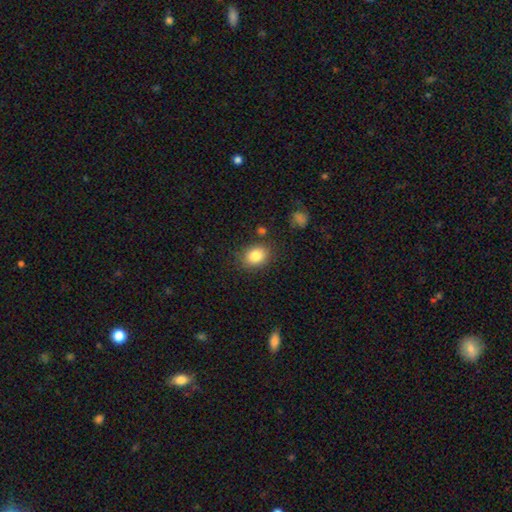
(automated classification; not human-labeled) Morphology: type=smooth (84%); roundness=in between (54%); merging=none (83%).